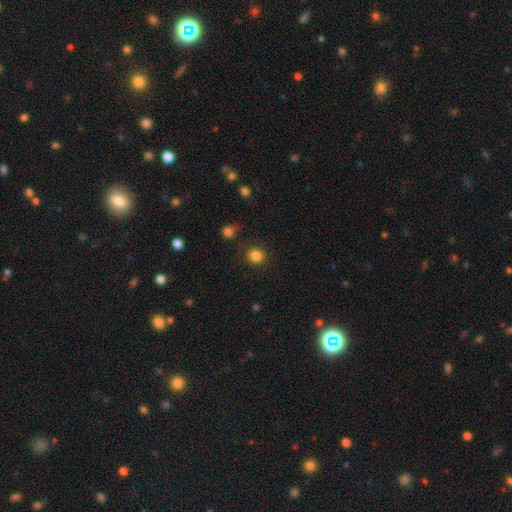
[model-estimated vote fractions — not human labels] Smooth or featured: smooth — 84% (star or artifact — 12%)
How rounded: round — 87% (in between — 12%)
Merging: none — 86% (minor disturbance — 8%)